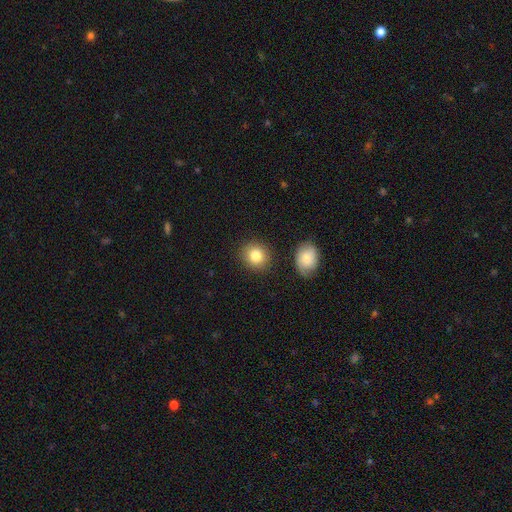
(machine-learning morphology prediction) Smooth or featured? Predicted: smooth (p=0.83). How rounded? Predicted: round (p=0.81). Merging? Predicted: none (p=0.85).